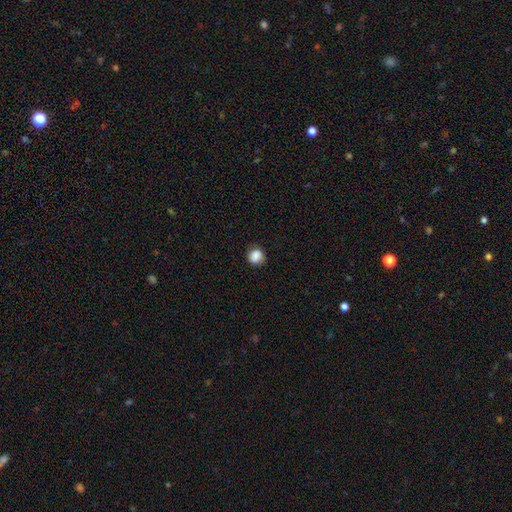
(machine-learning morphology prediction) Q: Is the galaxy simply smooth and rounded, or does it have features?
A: smooth — 87%.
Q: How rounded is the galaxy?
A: round — 84%.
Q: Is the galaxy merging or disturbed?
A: none — 85%.